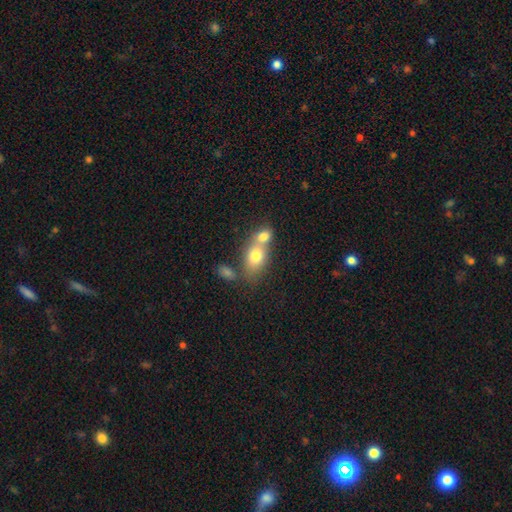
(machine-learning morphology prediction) Smooth or featured? Predicted: smooth (p=0.73). How rounded? Predicted: in between (p=0.71). Merging? Predicted: merger (p=0.59).